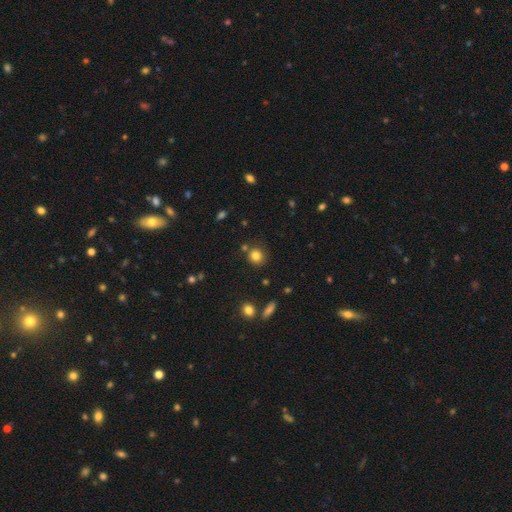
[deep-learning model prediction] A smooth galaxy with no disk features (81%) that is round (86%). Merging: none (79%).